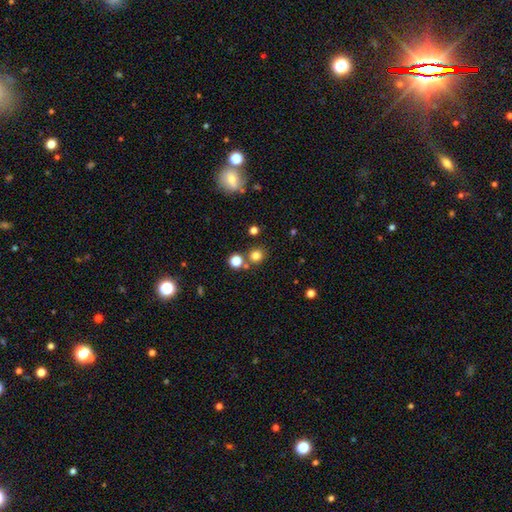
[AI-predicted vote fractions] This is likely a smooth galaxy (78%). How rounded: clearly round (89%). Merging: likely none (76%).